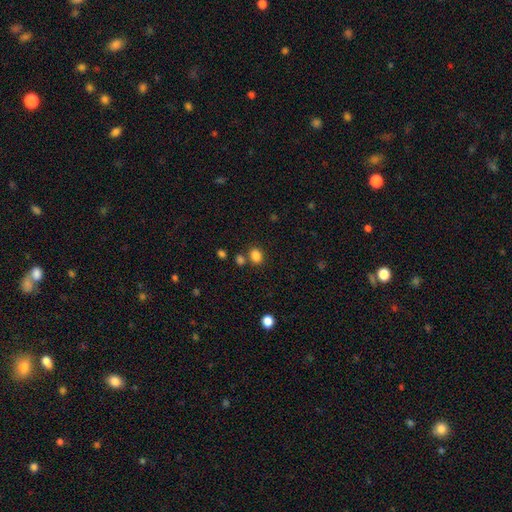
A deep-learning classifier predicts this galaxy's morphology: The model was most divided on "how rounded": in between: 56%, round: 44%, cigar-shaped: 1%. More confident: smooth or featured — smooth (84%); merging — none (69%).